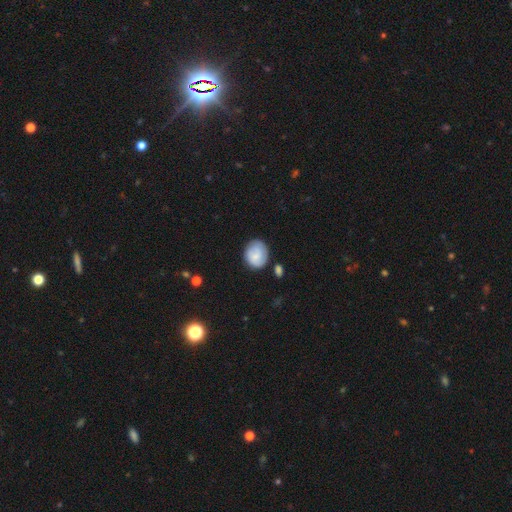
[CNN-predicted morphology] This is likely a smooth galaxy (70%). How rounded: likely round (64%). Merging: likely none (71%).